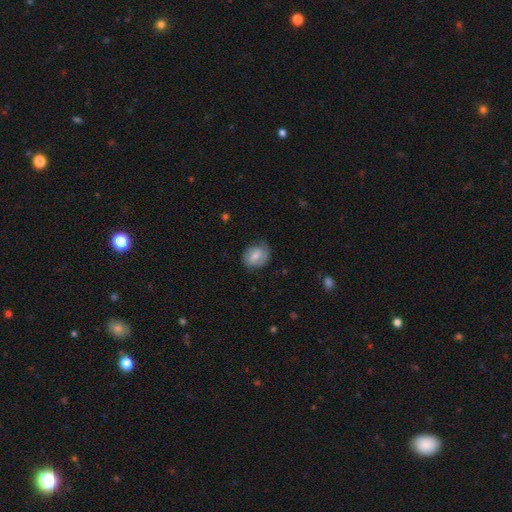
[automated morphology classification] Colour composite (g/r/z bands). It shows a smooth galaxy with no disk features (57%) that is round (51%). Merging: none (70%).